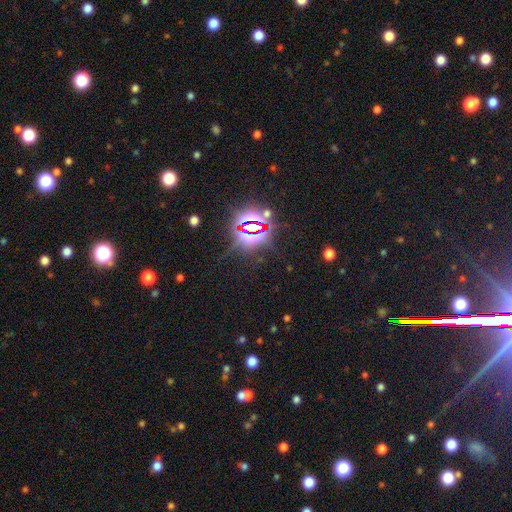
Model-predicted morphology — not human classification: Smooth or featured? Predicted: star or artifact (p=0.83).